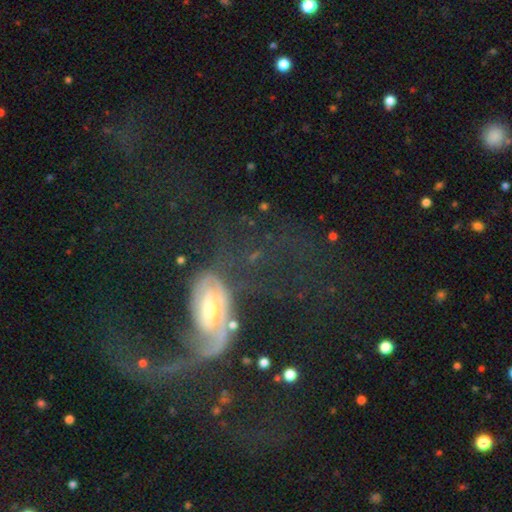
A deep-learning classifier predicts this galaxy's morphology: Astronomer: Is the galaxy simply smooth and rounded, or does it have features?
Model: featured or disk — 40% (runner-up: smooth, 30%).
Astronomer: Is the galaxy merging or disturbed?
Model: none — 58%.